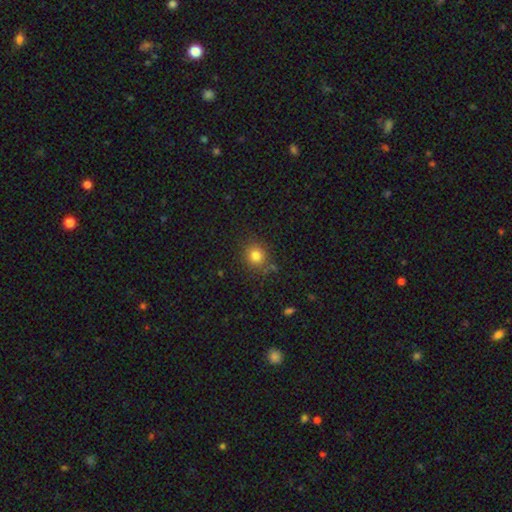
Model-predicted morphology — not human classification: smooth 81%, star or artifact 13%, featured or disk 6%. Down the decision tree: how rounded — round (87%); merging — none (82%).